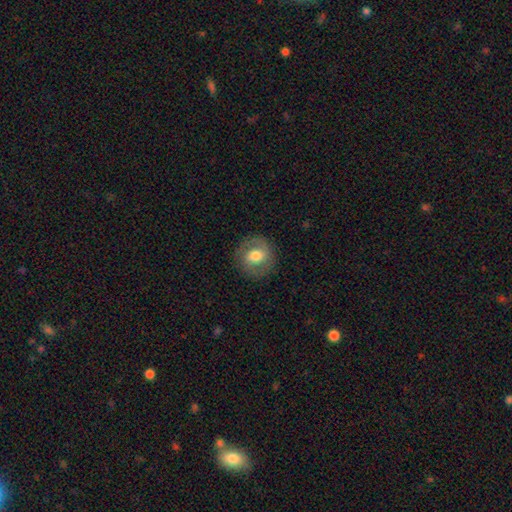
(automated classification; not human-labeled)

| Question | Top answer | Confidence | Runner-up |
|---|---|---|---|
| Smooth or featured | smooth | 52% | featured or disk (40%) |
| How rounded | round | 82% | in between (17%) |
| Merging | none | 84% | minor disturbance (11%) |